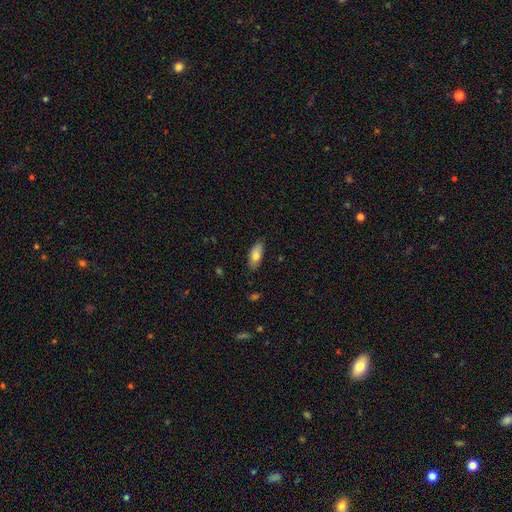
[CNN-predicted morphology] smooth-or-featured: smooth: 76% | featured or disk: 17% | star or artifact: 7%
  how-rounded: in between: 82% | cigar-shaped: 15% | round: 3%
  merging: none: 81% | minor disturbance: 16% | major disturbance: 2% | merger: 1%